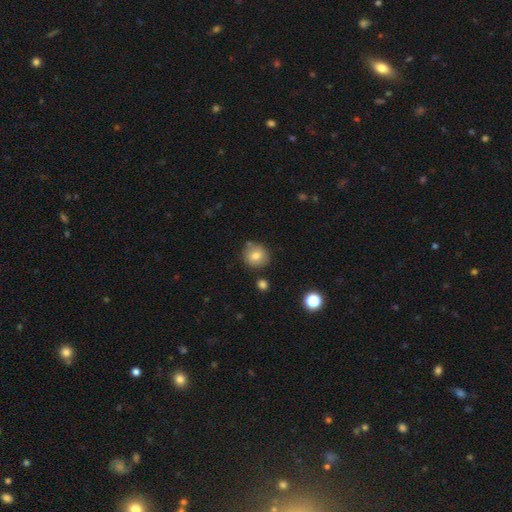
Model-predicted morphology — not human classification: This is likely a smooth galaxy (78%). How rounded: clearly round (89%). Merging: likely none (79%).